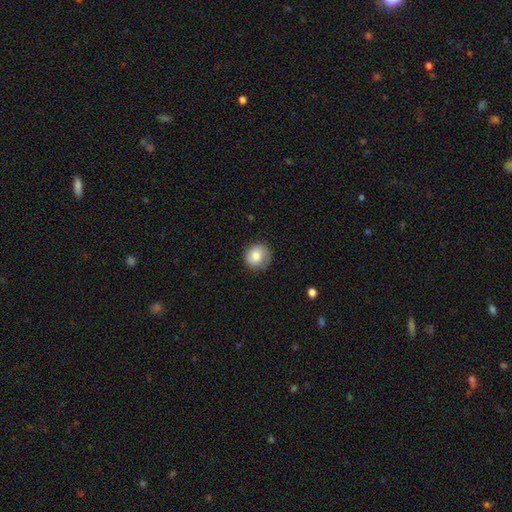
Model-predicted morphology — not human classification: Smooth or featured?
  - smooth: 83% *
  - featured or disk: 9%
  - star or artifact: 8%
How rounded?
  - round: 86% *
  - in between: 13%
  - cigar-shaped: 1%
Merging?
  - none: 79% *
  - minor disturbance: 16%
  - major disturbance: 4%
  - merger: 1%